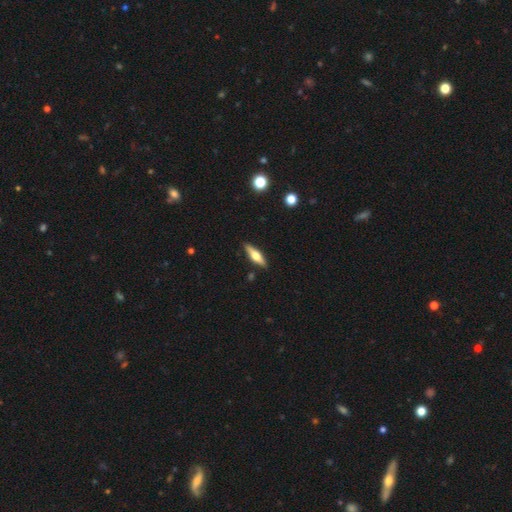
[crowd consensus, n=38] Volunteers were most divided on "smooth or featured": featured or disk: 53%, smooth: 37%, star or artifact: 11%. More confident: edge-on disk — yes (95%); edge-on bulge — rounded (95%); merging — none (82%).